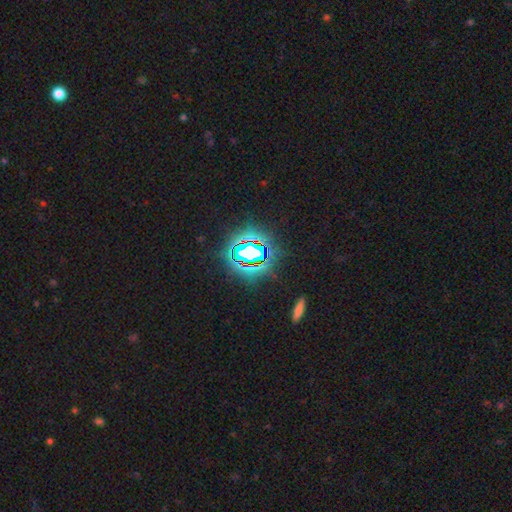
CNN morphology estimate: The model was most divided on "smooth or featured": star or artifact: 75%, smooth: 15%, featured or disk: 10%.